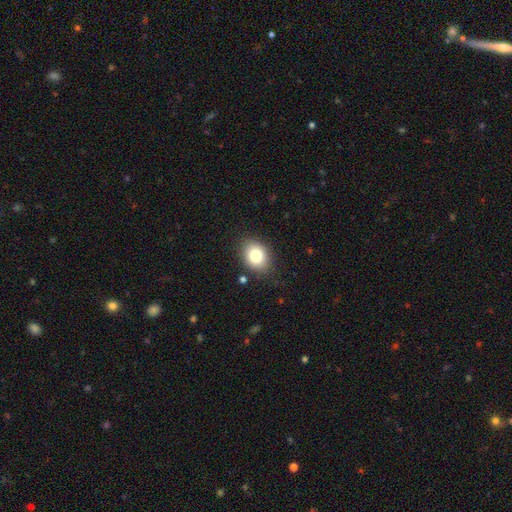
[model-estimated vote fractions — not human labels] smooth 80%, star or artifact 10%, featured or disk 10%. Down the decision tree: how rounded — in between (60%); merging — none (85%).